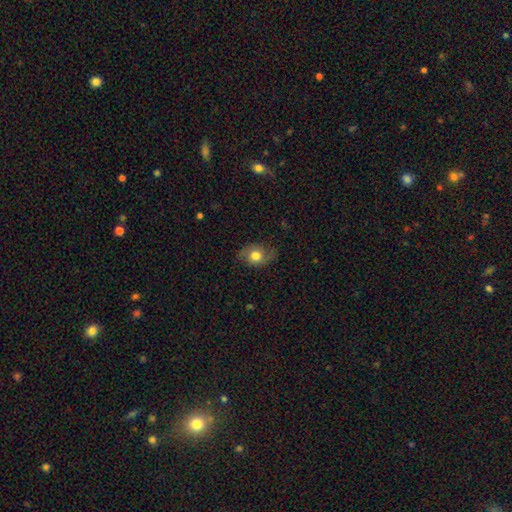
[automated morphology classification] Smooth or featured? Predicted: smooth (p=0.61). How rounded? Predicted: in between (p=0.57). Merging? Predicted: none (p=0.72).